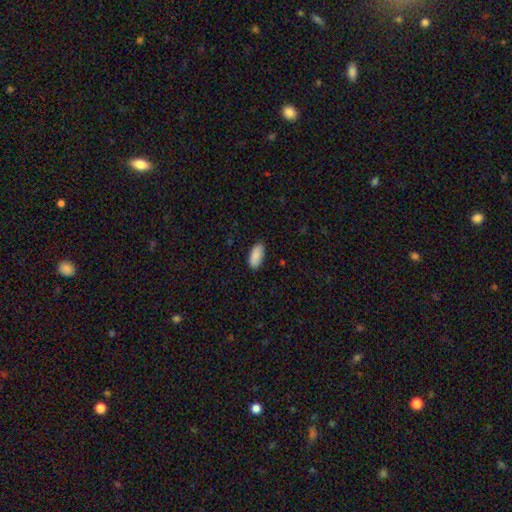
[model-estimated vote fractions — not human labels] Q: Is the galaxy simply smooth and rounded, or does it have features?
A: smooth — 91%.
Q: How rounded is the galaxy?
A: in between — 92%.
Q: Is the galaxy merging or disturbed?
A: none — 87%.